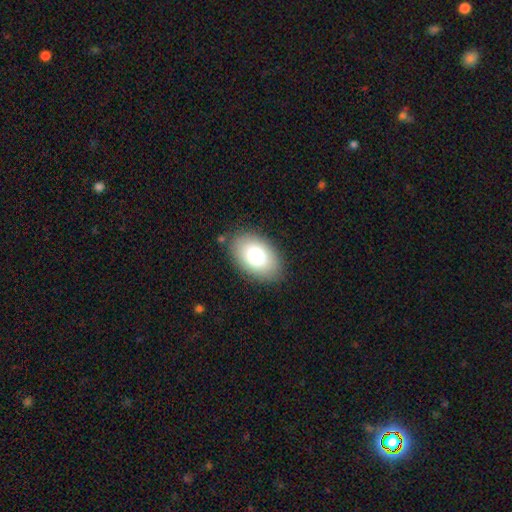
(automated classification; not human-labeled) smooth_or_featured: smooth (p=0.81) [alt: featured or disk p=0.12]
how_rounded: in between (p=0.90) [alt: round p=0.09]
merging: none (p=0.85) [alt: minor disturbance p=0.10]